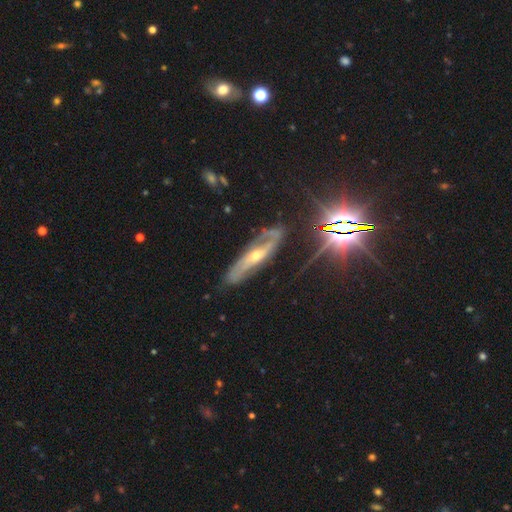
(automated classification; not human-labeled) Smooth or featured?
  - featured or disk: 74% *
  - star or artifact: 16%
  - smooth: 10%
Edge-on disk?
  - no: 67% *
  - yes: 33%
Merging?
  - none: 69% *
  - minor disturbance: 20%
  - major disturbance: 8%
  - merger: 2%